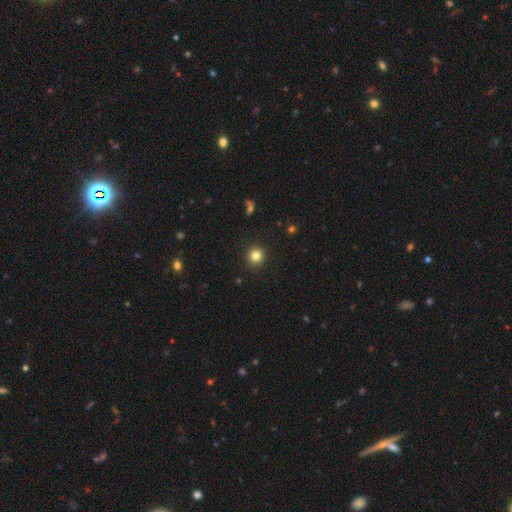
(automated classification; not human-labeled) Smooth or featured?
  - smooth: 82% *
  - star or artifact: 13%
  - featured or disk: 5%
How rounded?
  - round: 93% *
  - in between: 6%
  - cigar-shaped: 1%
Merging?
  - none: 92% *
  - minor disturbance: 5%
  - major disturbance: 2%
  - merger: 1%